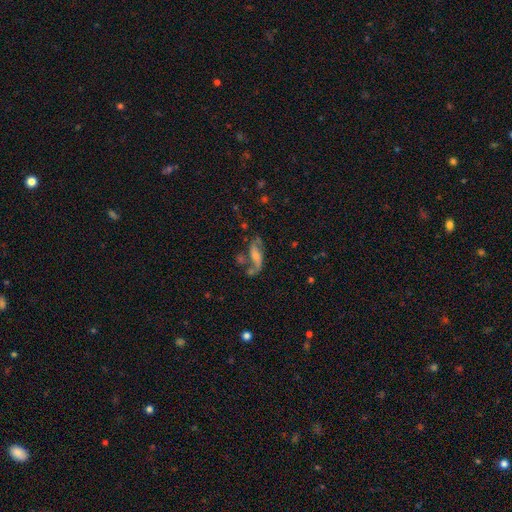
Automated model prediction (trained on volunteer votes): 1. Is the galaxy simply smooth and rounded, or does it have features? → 72% featured or disk, 18% smooth, 10% star or artifact.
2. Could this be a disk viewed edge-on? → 88% no, 12% yes.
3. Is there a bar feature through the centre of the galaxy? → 45% no, 36% weak, 19% strong.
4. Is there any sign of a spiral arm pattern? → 87% yes, 13% no.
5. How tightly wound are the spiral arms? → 73% loose, 21% medium, 7% tight.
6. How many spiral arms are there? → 84% 2, 8% 1, 5% can't tell, 1% 3, 1% 4, 1% more than 4.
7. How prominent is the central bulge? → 41% small, 38% moderate, 13% none, 6% large, 2% dominant.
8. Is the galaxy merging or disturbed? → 48% none, 19% minor disturbance, 18% major disturbance, 16% merger.